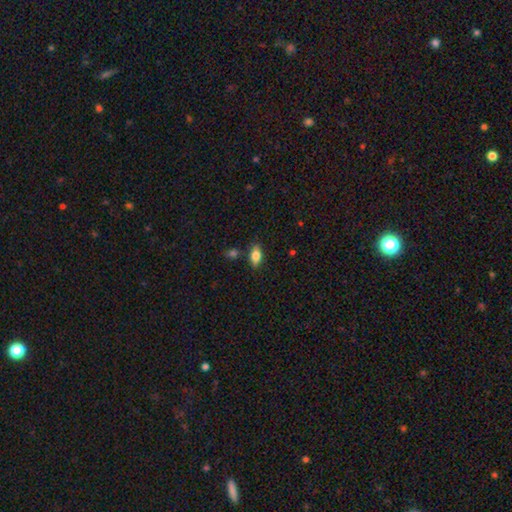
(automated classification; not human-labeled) A smooth galaxy with no disk features (73%) that is in between round and cigar-shaped (84%).

Vote fractions:
- Smooth or featured? smooth: 73% / featured or disk: 19% / star or artifact: 8%
- How rounded? in between: 84% / cigar-shaped: 11% / round: 5%
- Merging? none: 80% / minor disturbance: 13% / merger: 5% / major disturbance: 3%